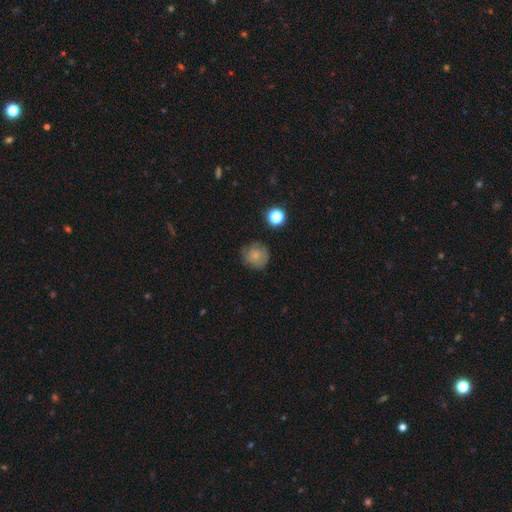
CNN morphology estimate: The model was most divided on "merging": none: 73%, minor disturbance: 19%, major disturbance: 6%, merger: 2%. More confident: how rounded — round (90%); smooth or featured — smooth (72%).